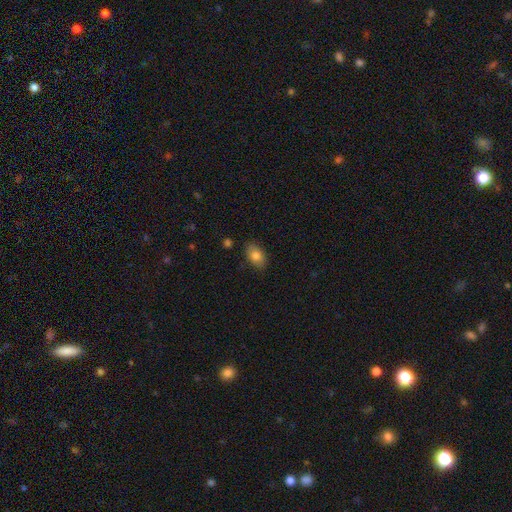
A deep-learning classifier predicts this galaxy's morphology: type=smooth (80%); roundness=in between (88%); merging=none (83%).